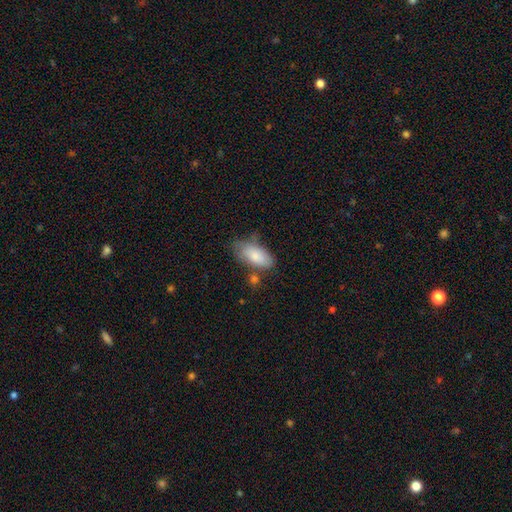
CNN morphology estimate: Smooth or featured? smooth (81%)
How rounded? in between (91%)
Merging? none (51%)